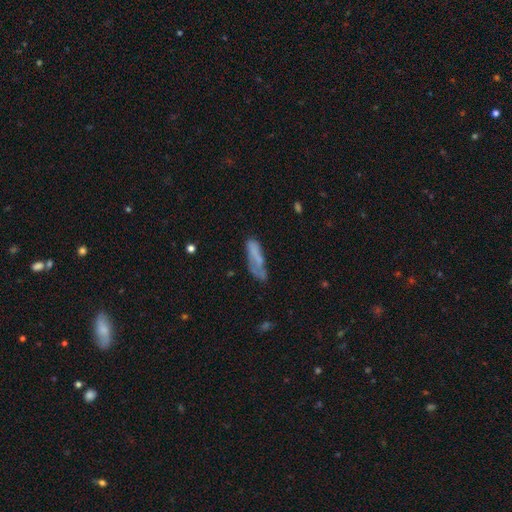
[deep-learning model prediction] A smooth galaxy with no disk features (56%) that is cigar-shaped (62%). Merging: none (46%).